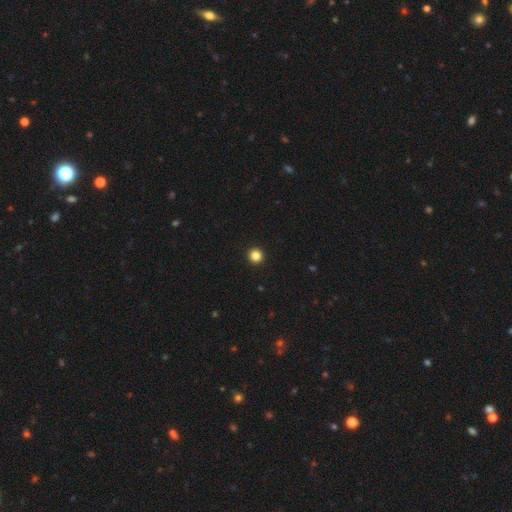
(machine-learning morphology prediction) The model was most divided on "smooth or featured": smooth: 85%, star or artifact: 11%, featured or disk: 4%. More confident: how rounded — round (96%); merging — none (94%).